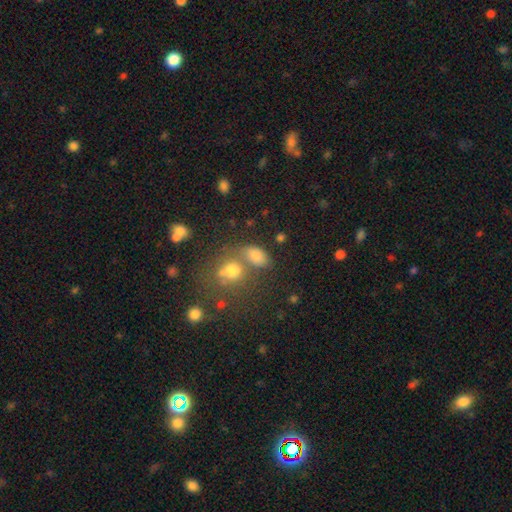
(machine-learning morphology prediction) A smooth galaxy with no disk features (76%) that is in between round and cigar-shaped (79%). Merging: none (49%).